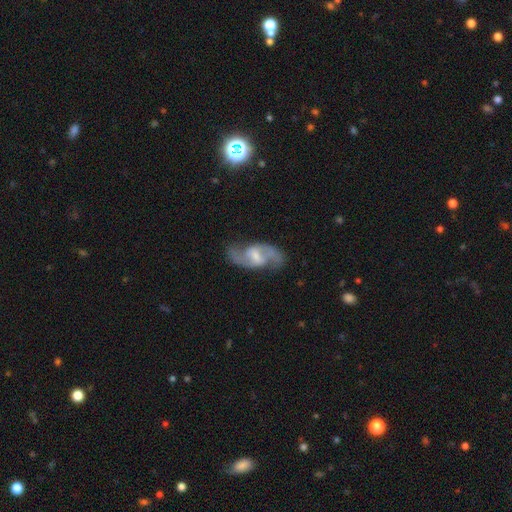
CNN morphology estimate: featured or disk 87%, smooth 7%, star or artifact 5%. Down the decision tree: edge-on disk — no (96%); bar — weak (56%); spiral arms — yes (96%); spiral arm count — 2 (93%); spiral winding — medium (55%); bulge size — small (43%); merging — none (79%).